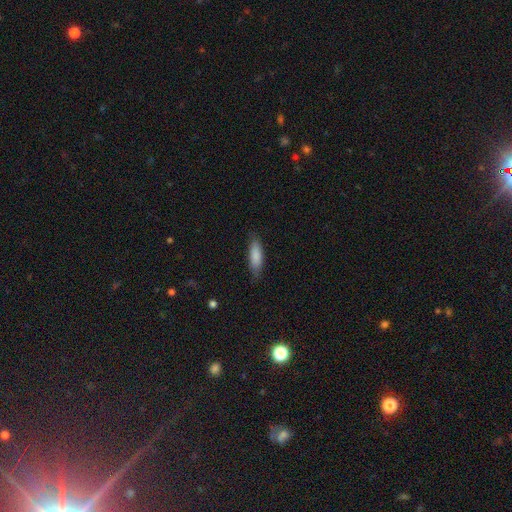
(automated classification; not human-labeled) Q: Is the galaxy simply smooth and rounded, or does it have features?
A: smooth — 84%.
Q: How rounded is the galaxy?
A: in between — 51%.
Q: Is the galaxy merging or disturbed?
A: none — 80%.